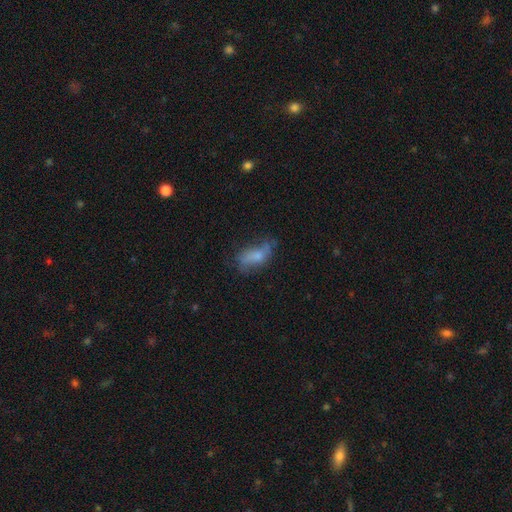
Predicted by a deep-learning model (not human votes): smooth 57%, featured or disk 33%, star or artifact 10%. Down the decision tree: how rounded — in between (80%); merging — none (43%).